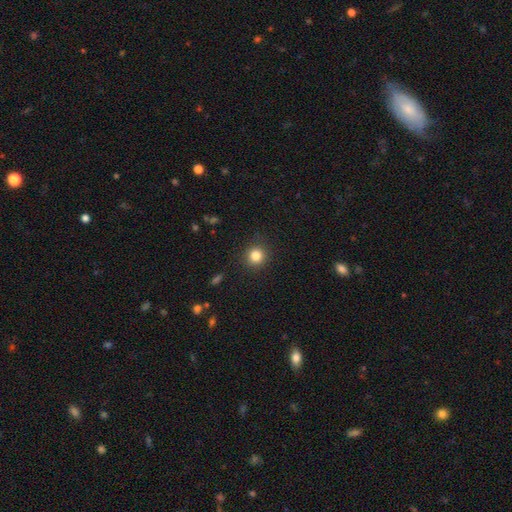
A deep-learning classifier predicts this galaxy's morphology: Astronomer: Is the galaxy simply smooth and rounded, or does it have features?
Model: smooth — 83%.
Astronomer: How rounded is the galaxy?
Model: round — 91%.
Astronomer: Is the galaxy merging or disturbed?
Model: none — 90%.